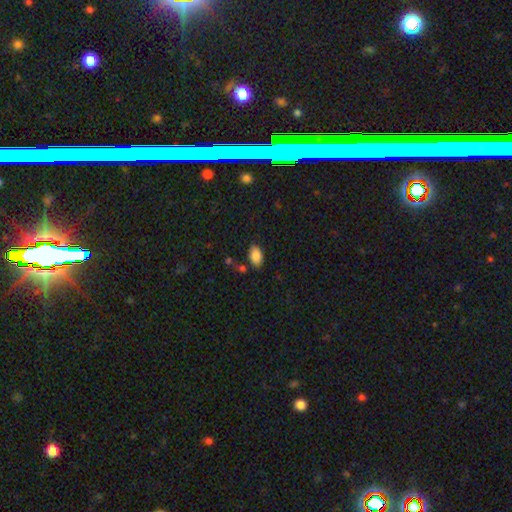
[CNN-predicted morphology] Smooth or featured?
  - smooth: 85% *
  - star or artifact: 8%
  - featured or disk: 7%
How rounded?
  - in between: 93% *
  - round: 5%
  - cigar-shaped: 2%
Merging?
  - none: 81% *
  - minor disturbance: 13%
  - merger: 4%
  - major disturbance: 3%